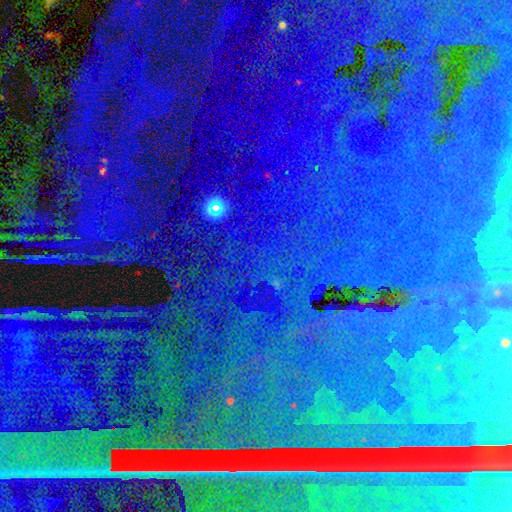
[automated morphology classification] Q: Smooth or featured?
A: star or artifact (85%); runner-up: featured or disk (8%)